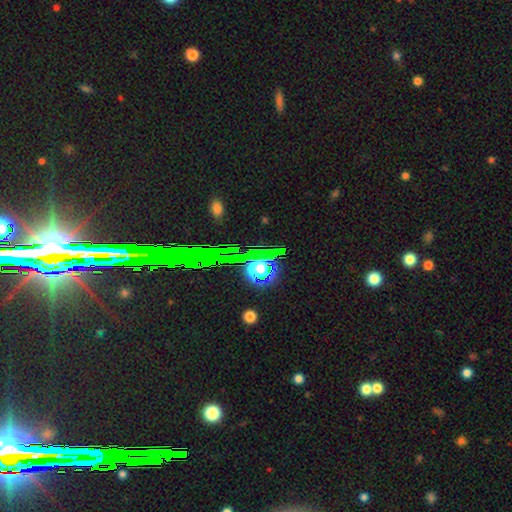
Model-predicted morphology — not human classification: Overall: star or artifact (72%).